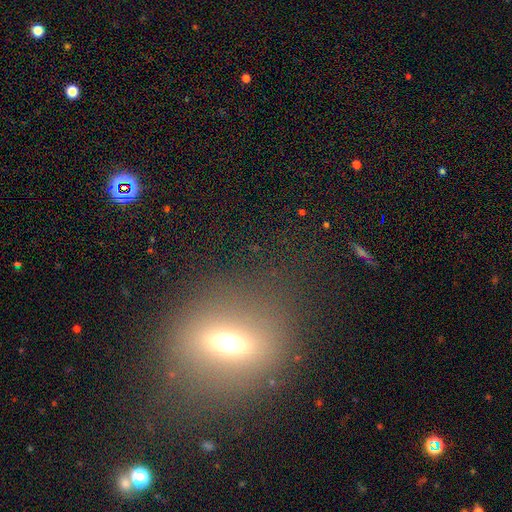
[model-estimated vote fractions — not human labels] A smooth galaxy with no disk features (37%).

Vote fractions:
- Smooth or featured? smooth: 37% / featured or disk: 36% / star or artifact: 27%
- Merging? none: 80% / minor disturbance: 10% / major disturbance: 7% / merger: 2%